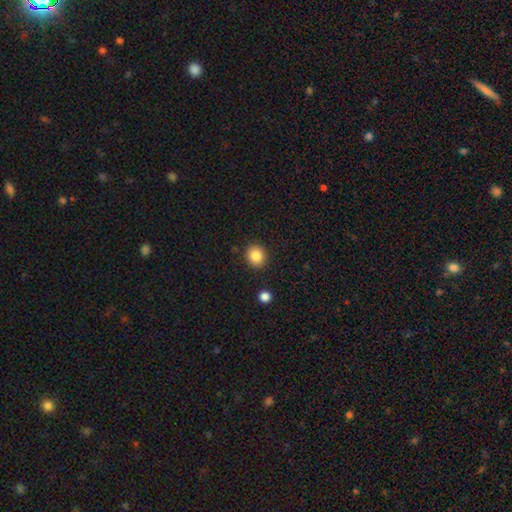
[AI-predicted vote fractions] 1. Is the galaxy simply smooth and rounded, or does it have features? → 86% smooth, 9% star or artifact, 4% featured or disk.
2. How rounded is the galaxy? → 82% round, 17% in between, 1% cigar-shaped.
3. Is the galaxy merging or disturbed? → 89% none, 7% minor disturbance, 2% major disturbance, 2% merger.